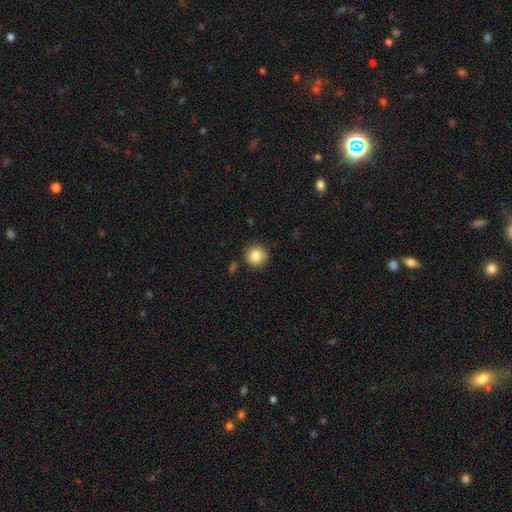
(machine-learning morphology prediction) A smooth galaxy with no disk features (85%) that is round (93%). Merging: none (89%).